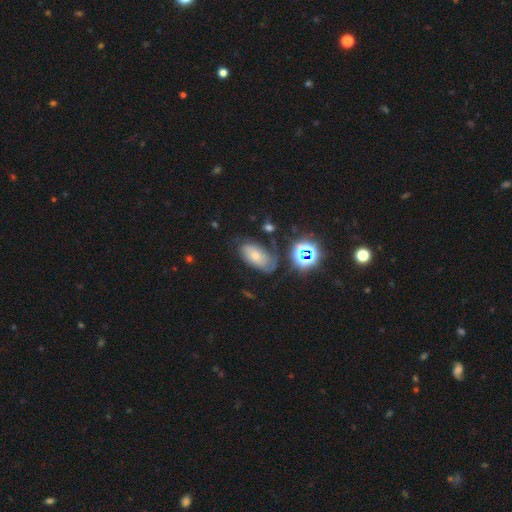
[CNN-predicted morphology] smooth_or_featured: smooth (p=0.52) [alt: featured or disk p=0.30]
how_rounded: in between (p=0.90) [alt: round p=0.07]
merging: none (p=0.53) [alt: minor disturbance p=0.28]